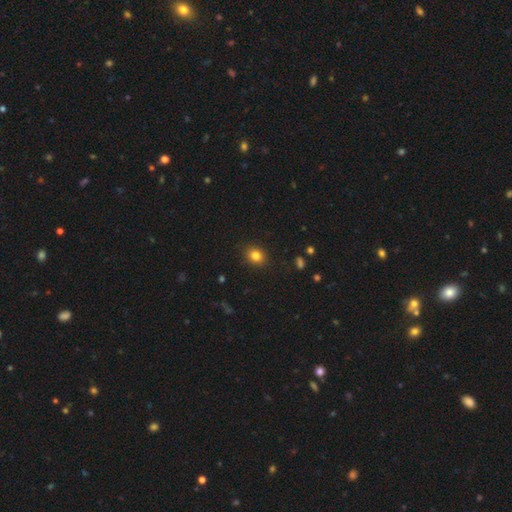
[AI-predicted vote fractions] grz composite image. It shows a smooth galaxy with no disk features (83%) that is round (58%). Merging: none (88%).